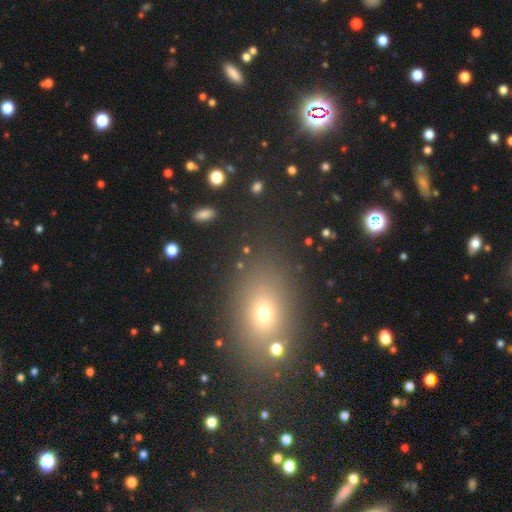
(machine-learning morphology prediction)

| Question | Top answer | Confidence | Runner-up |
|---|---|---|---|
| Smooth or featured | smooth | 55% | star or artifact (32%) |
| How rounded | in between | 67% | round (30%) |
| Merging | none | 81% | minor disturbance (9%) |